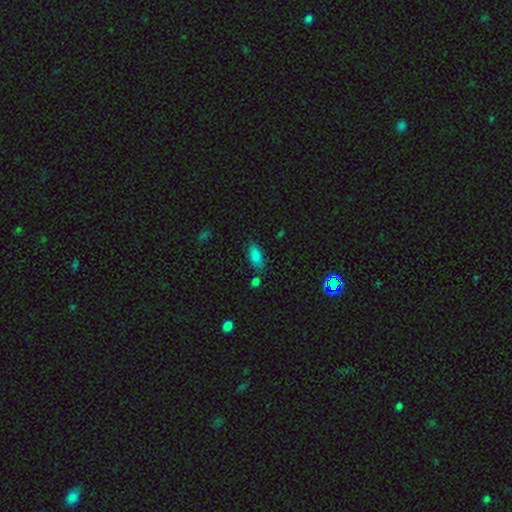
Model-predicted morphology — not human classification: A smooth galaxy with no disk features (83%) that is in between round and cigar-shaped (85%). Merging: none (72%).